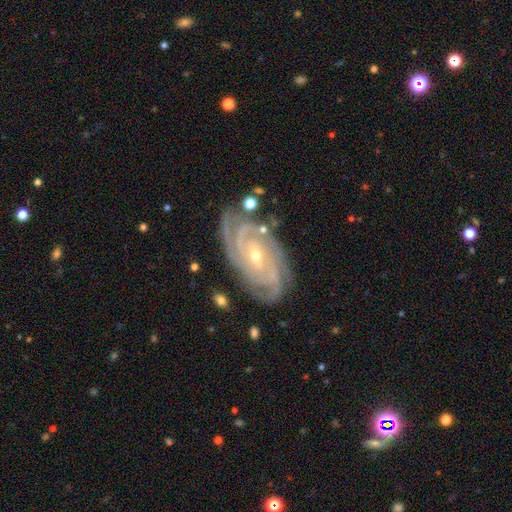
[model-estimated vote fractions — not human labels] Smooth or featured: featured or disk — 91% (star or artifact — 5%)
Edge-on disk: no — 96% (yes — 4%)
Bar: no — 47% (weak — 36%)
Spiral arms: yes — 98% (no — 2%)
Spiral winding: tight — 73% (medium — 24%)
Spiral arm count: 4 — 33% (3 — 29%)
Bulge size: small — 72% (moderate — 25%)
Merging: none — 77% (minor disturbance — 16%)